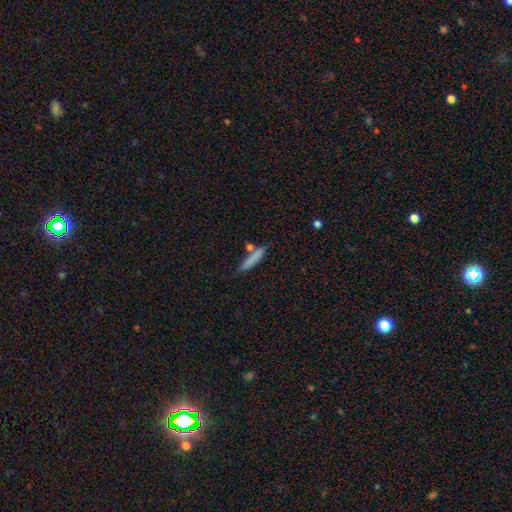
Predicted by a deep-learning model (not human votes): Q: Smooth or featured?
A: smooth (76%); runner-up: featured or disk (17%)
Q: How rounded?
A: cigar-shaped (91%); runner-up: in between (7%)
Q: Merging?
A: none (74%); runner-up: minor disturbance (13%)